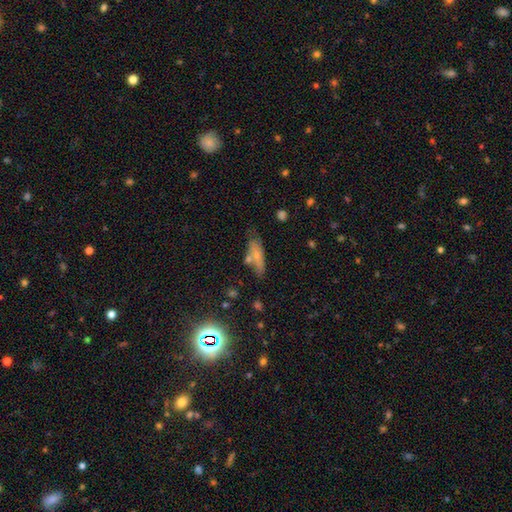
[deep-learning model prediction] Morphology: type=smooth (68%); roundness=cigar-shaped (52%); merging=none (59%).